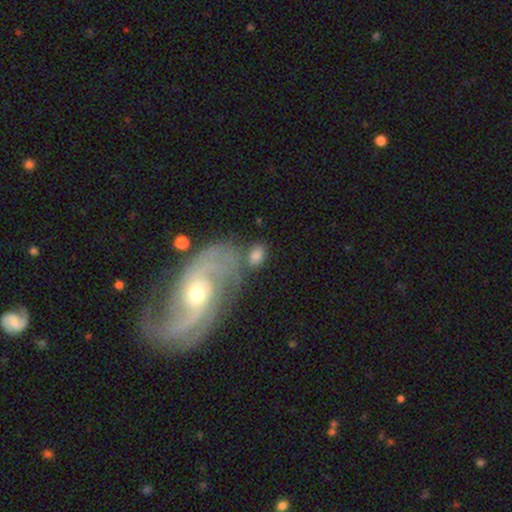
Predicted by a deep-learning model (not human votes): A smooth galaxy with no disk features (67%) that is in between round and cigar-shaped (77%). Merging: none (58%).